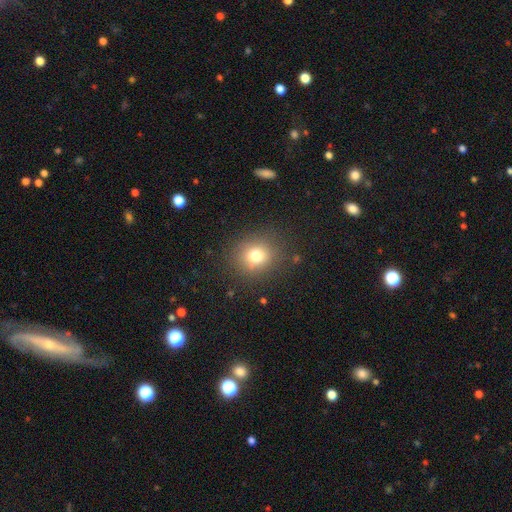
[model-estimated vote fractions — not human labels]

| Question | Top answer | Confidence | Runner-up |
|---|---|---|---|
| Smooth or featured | smooth | 75% | star or artifact (15%) |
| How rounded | round | 80% | in between (19%) |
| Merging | none | 84% | minor disturbance (10%) |